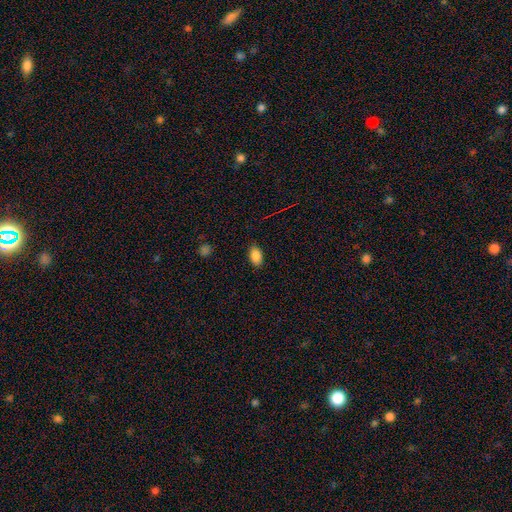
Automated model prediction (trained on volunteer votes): Smooth or featured: smooth — 86% (star or artifact — 9%)
How rounded: in between — 90% (round — 9%)
Merging: none — 86% (minor disturbance — 10%)